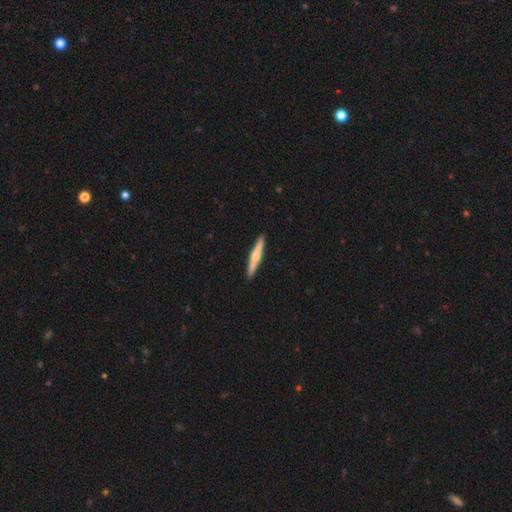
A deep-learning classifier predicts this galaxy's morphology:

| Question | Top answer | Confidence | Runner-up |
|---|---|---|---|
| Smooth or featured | featured or disk | 51% | smooth (44%) |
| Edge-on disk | yes | 96% | no (4%) |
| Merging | none | 90% | minor disturbance (7%) |